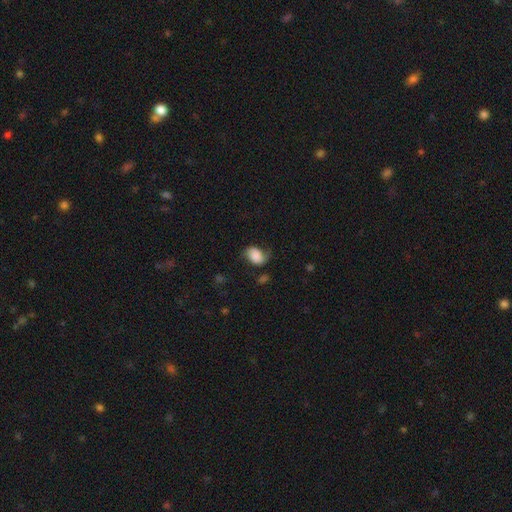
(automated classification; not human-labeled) This appears to be a smooth galaxy with no disk features (66%) that is in between round and cigar-shaped (79%). Merging: none (47%).